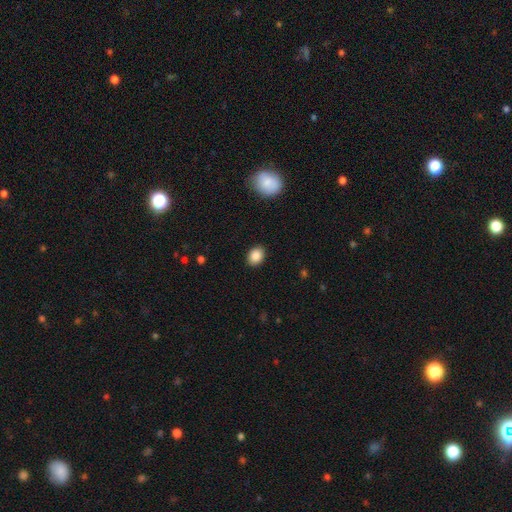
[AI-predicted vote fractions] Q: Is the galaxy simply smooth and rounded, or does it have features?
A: smooth — 87%.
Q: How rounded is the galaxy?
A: in between — 63%.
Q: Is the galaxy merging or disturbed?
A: none — 89%.